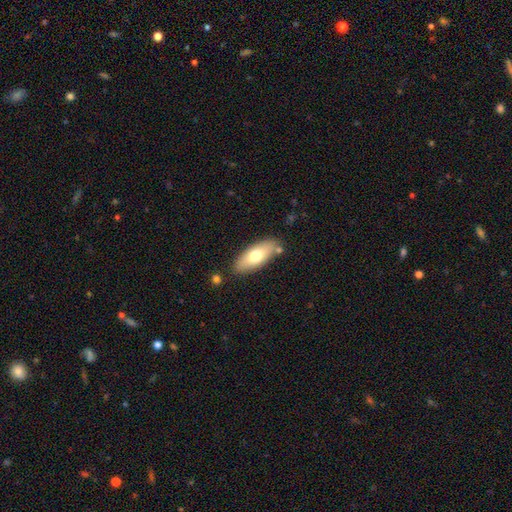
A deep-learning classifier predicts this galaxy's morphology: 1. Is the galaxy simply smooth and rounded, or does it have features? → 69% smooth, 25% featured or disk, 6% star or artifact.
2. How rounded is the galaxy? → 77% in between, 21% cigar-shaped, 2% round.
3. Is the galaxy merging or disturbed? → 81% none, 11% minor disturbance, 5% merger, 3% major disturbance.